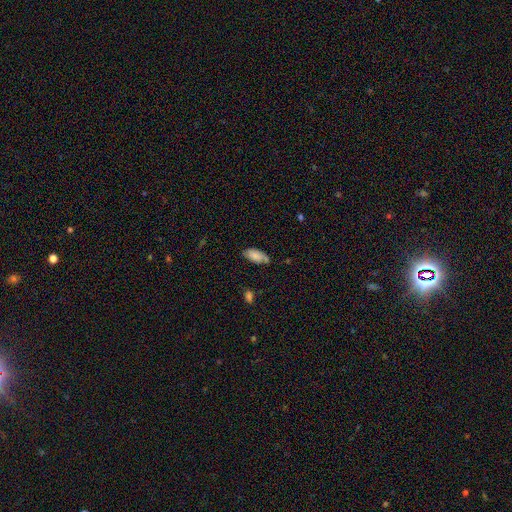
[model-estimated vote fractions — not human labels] smooth 81%, featured or disk 12%, star or artifact 7%. Down the decision tree: how rounded — in between (90%); merging — none (65%).